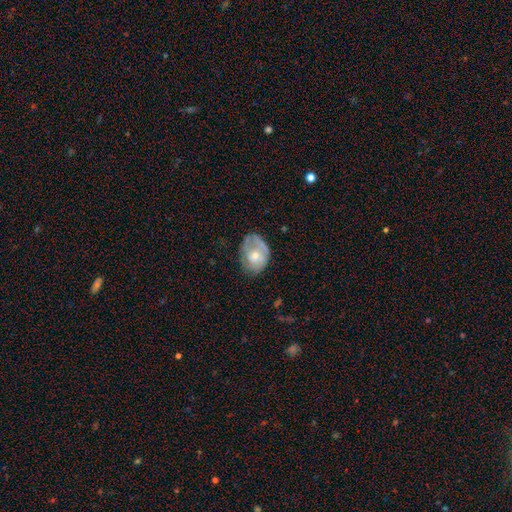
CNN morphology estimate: Q: Smooth or featured?
A: smooth (47%); runner-up: featured or disk (45%)
Q: Merging?
A: none (45%); runner-up: minor disturbance (32%)